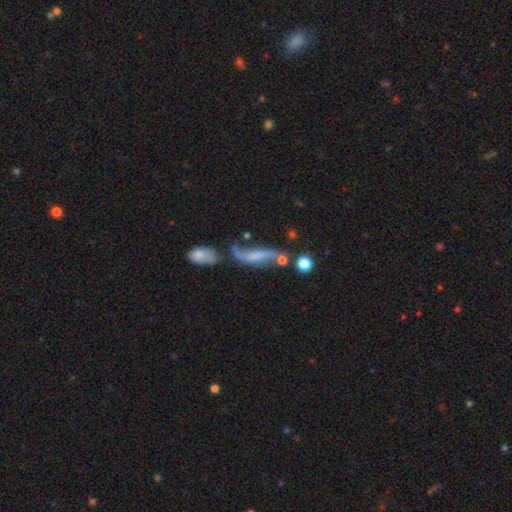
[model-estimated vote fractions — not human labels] Q: Smooth or featured?
A: featured or disk (53%); runner-up: smooth (36%)
Q: Edge-on disk?
A: no (73%); runner-up: yes (27%)
Q: Merging?
A: none (34%); runner-up: merger (24%)